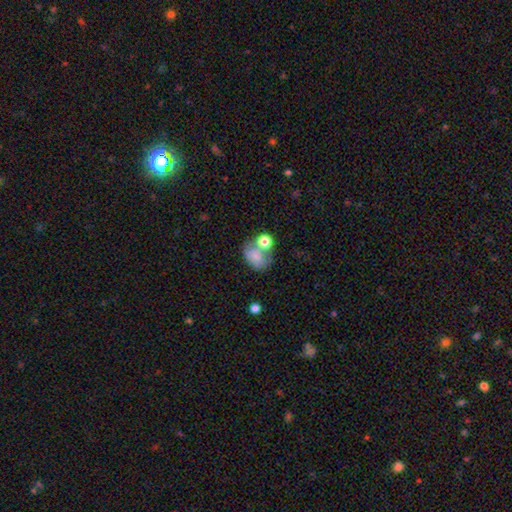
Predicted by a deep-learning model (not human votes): Morphology: type=smooth (68%); roundness=in between (62%); merging=merger (39%).